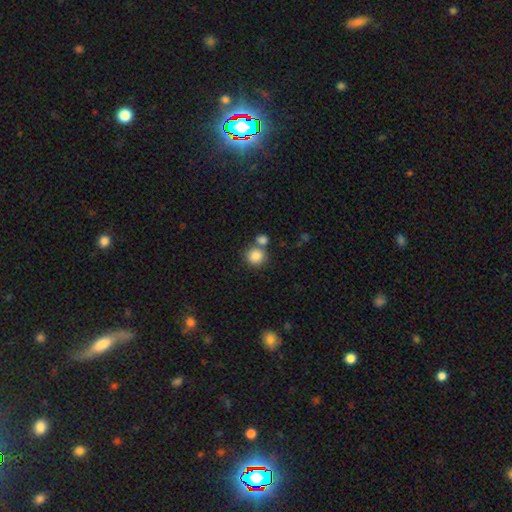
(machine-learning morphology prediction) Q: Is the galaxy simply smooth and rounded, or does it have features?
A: smooth — 86%.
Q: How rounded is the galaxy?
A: round — 89%.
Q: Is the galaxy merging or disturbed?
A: none — 60%.